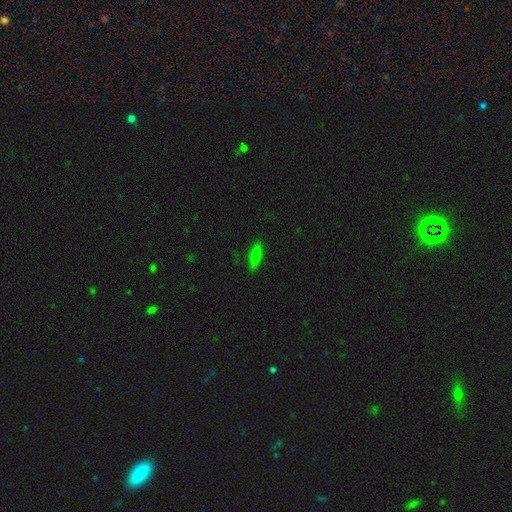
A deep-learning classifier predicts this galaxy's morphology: Smooth or featured: smooth — 67% (featured or disk — 21%)
How rounded: in between — 49% (cigar-shaped — 48%)
Merging: none — 87% (minor disturbance — 10%)